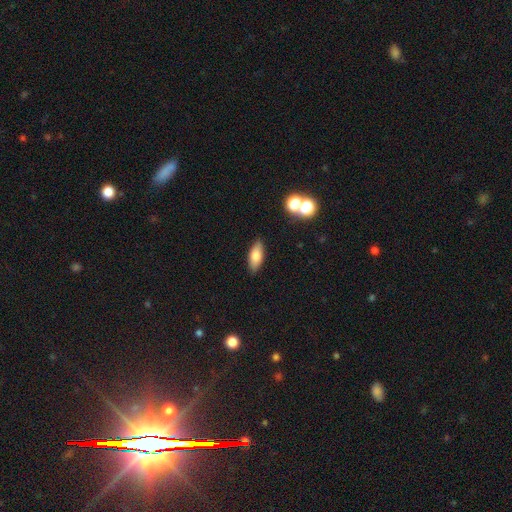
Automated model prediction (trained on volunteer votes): Q: Smooth or featured?
A: smooth (77%); runner-up: featured or disk (15%)
Q: How rounded?
A: in between (78%); runner-up: cigar-shaped (19%)
Q: Merging?
A: none (86%); runner-up: minor disturbance (10%)